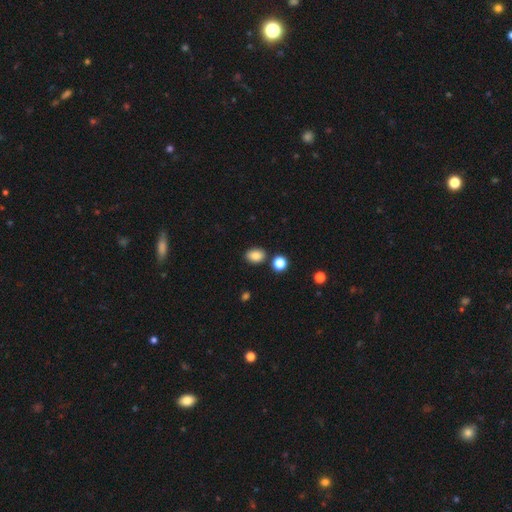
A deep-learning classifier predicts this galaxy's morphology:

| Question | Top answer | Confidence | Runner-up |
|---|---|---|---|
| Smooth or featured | smooth | 85% | star or artifact (10%) |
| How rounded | in between | 70% | round (29%) |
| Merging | none | 82% | minor disturbance (11%) |